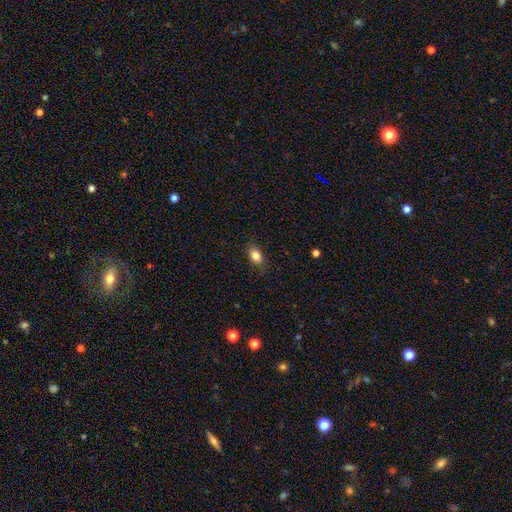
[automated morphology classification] type=smooth (84%); roundness=in between (80%); merging=none (79%).